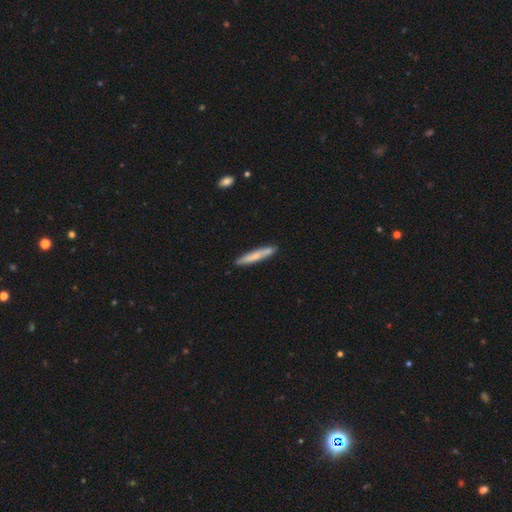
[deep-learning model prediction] Smooth or featured: smooth — 69% (featured or disk — 25%)
How rounded: cigar-shaped — 94% (in between — 5%)
Merging: none — 86% (minor disturbance — 10%)